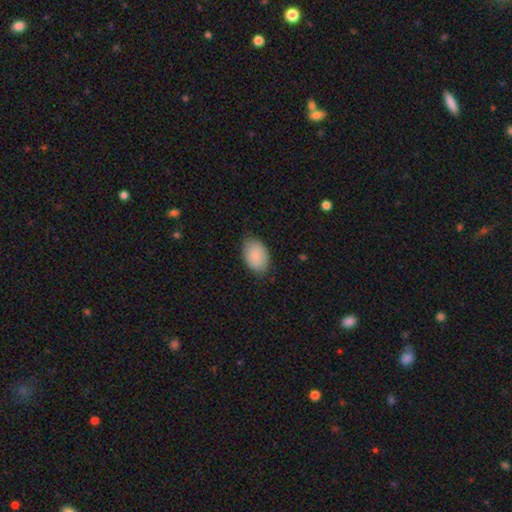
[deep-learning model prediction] This is clearly a smooth galaxy (88%). How rounded: clearly in between (90%). Merging: likely none (80%).